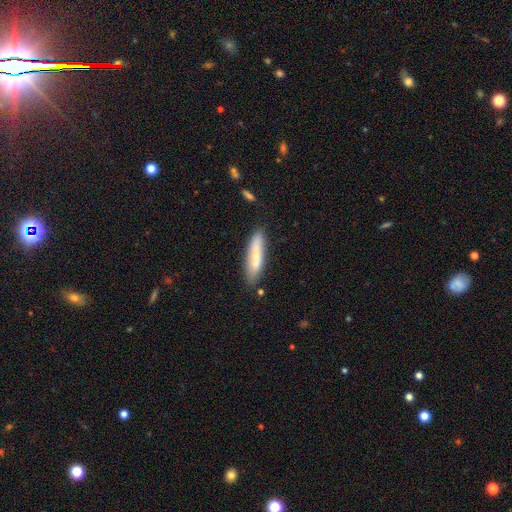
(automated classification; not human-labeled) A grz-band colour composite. It shows a smooth galaxy with no disk features (71%) that is cigar-shaped (77%). Merging: none (79%).